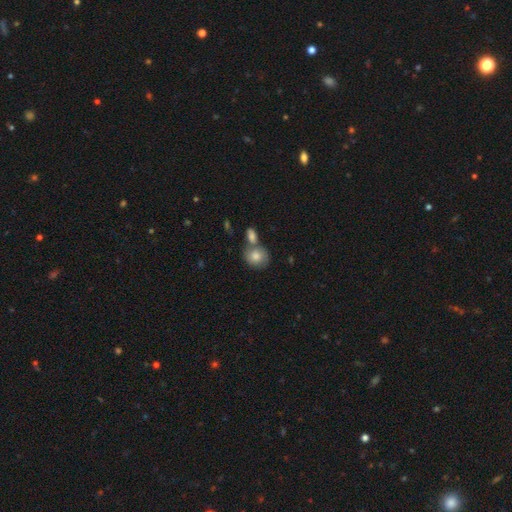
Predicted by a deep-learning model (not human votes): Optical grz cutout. It shows a smooth galaxy with no disk features (80%) that is round (68%). Merging: none (45%).